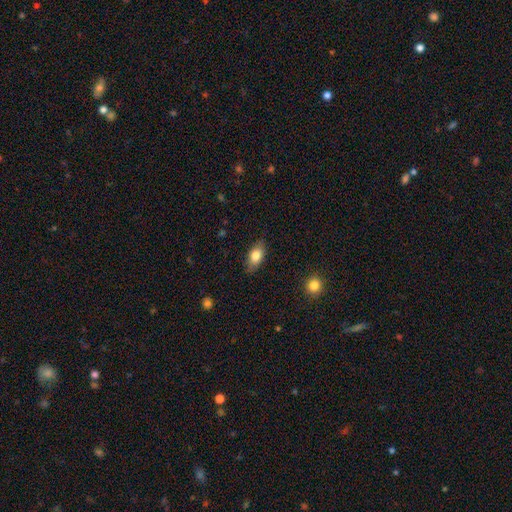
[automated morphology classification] Smooth or featured? smooth (79%)
How rounded? in between (88%)
Merging? none (83%)